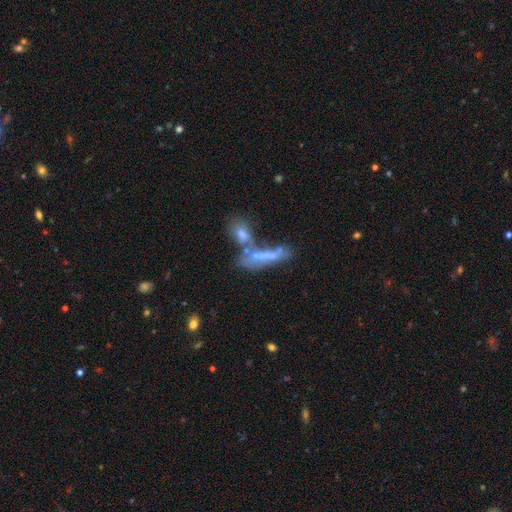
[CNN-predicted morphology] smooth-or-featured: smooth: 44% | featured or disk: 43% | star or artifact: 13%
  merging: none: 40% | merger: 34% | minor disturbance: 15% | major disturbance: 10%